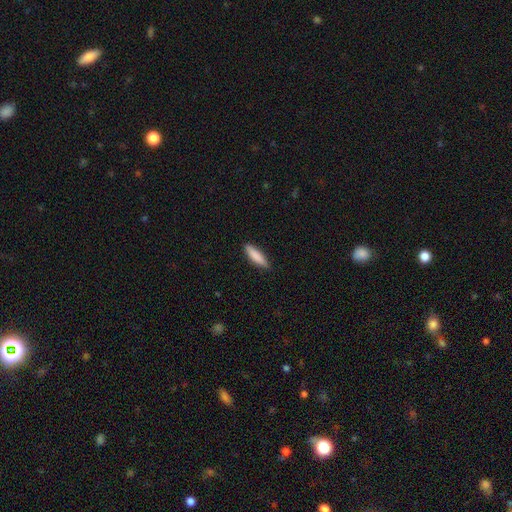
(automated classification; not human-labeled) A smooth galaxy with no disk features (84%) that is cigar-shaped (70%).

Vote fractions:
- Smooth or featured? smooth: 84% / featured or disk: 11% / star or artifact: 5%
- How rounded? cigar-shaped: 70% / in between: 28% / round: 1%
- Merging? none: 87% / minor disturbance: 10% / major disturbance: 2% / merger: 1%